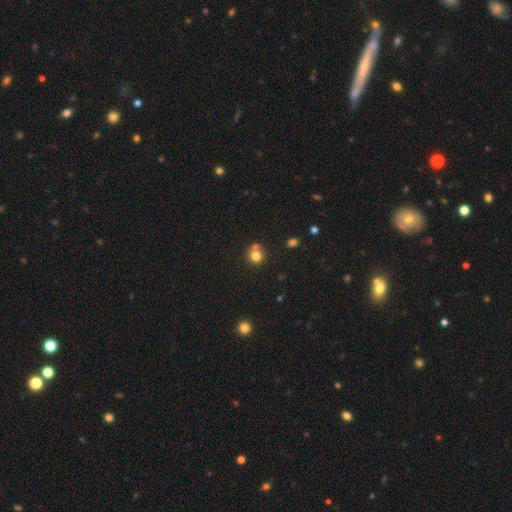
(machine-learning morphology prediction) This appears to be a smooth galaxy with no disk features (78%) that is round (90%). Merging: none (60%).